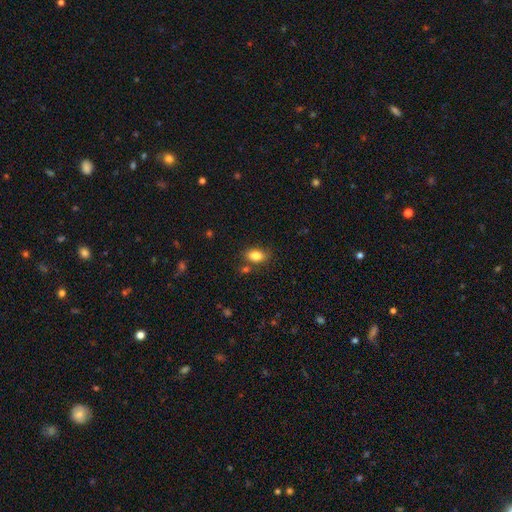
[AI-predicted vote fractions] This appears to be a smooth galaxy with no disk features (85%) that is in between round and cigar-shaped (87%). Merging: none (74%).